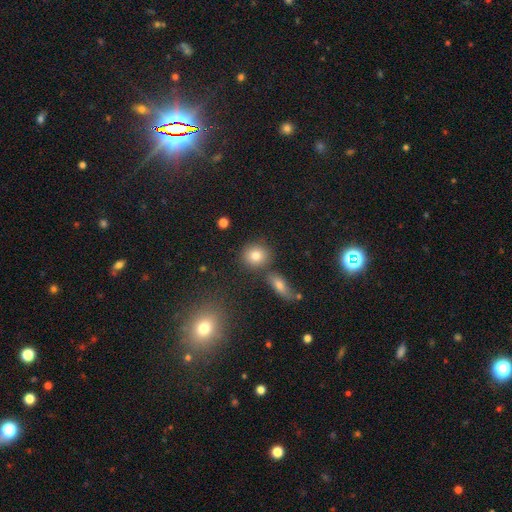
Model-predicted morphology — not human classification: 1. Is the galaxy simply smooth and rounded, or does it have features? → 80% smooth, 11% star or artifact, 9% featured or disk.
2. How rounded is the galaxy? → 80% round, 18% in between, 2% cigar-shaped.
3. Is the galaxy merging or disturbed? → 75% none, 12% merger, 9% minor disturbance, 3% major disturbance.